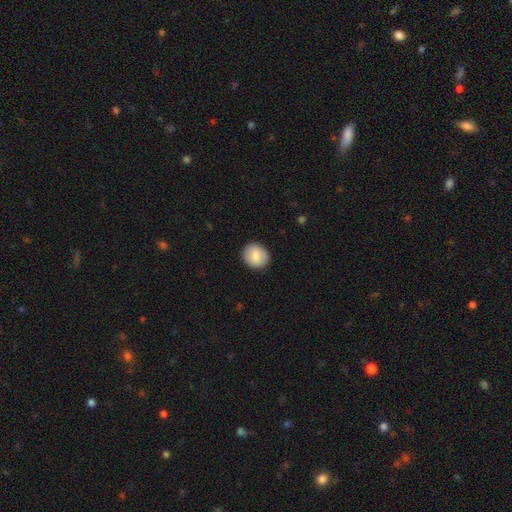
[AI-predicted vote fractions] smooth 82%, featured or disk 11%, star or artifact 7%. Down the decision tree: how rounded — round (83%); merging — none (90%).